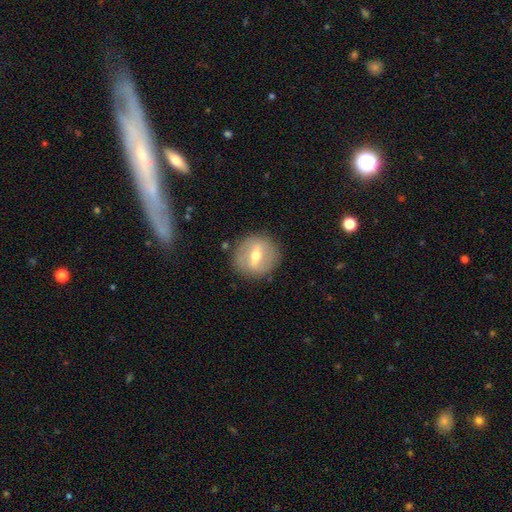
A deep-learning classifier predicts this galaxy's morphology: Smooth or featured?
  - featured or disk: 57% *
  - smooth: 36%
  - star or artifact: 7%
Edge-on disk?
  - no: 85% *
  - yes: 15%
Merging?
  - none: 85% *
  - minor disturbance: 10%
  - major disturbance: 3%
  - merger: 1%